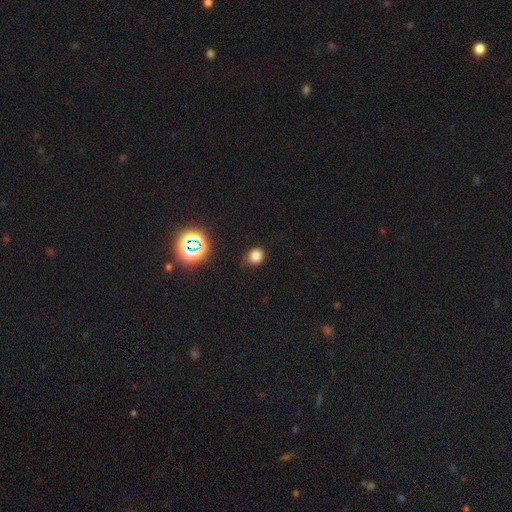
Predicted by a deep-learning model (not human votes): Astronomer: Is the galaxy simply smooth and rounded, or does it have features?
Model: smooth — 76%.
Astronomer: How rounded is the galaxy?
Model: round — 70%.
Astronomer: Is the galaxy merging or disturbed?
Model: none — 78%.